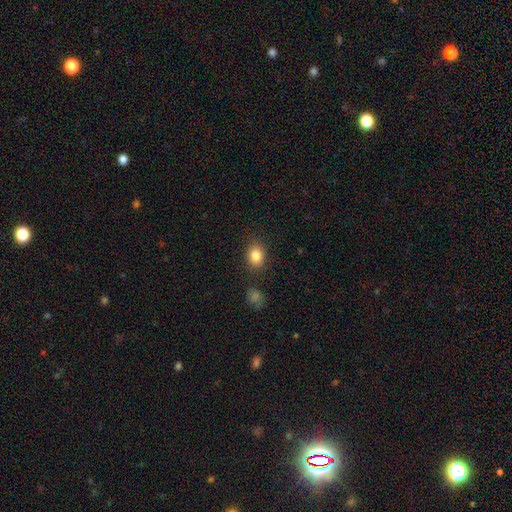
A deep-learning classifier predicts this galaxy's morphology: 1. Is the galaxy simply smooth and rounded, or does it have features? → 85% smooth, 9% star or artifact, 5% featured or disk.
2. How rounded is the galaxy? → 58% in between, 41% round, 1% cigar-shaped.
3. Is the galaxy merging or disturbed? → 84% none, 10% minor disturbance, 4% merger, 3% major disturbance.